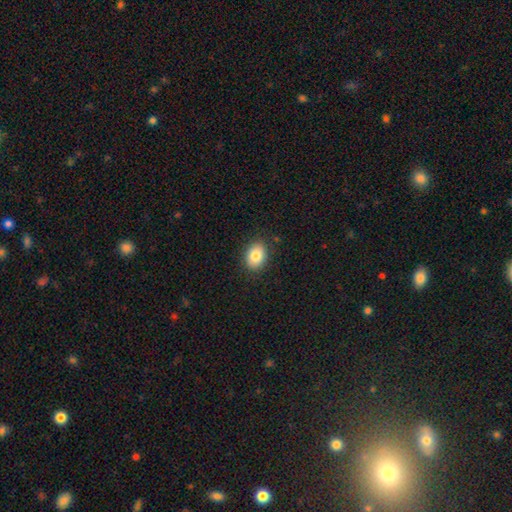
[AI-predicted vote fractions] Morphology: type=smooth (84%); roundness=in between (70%); merging=none (88%).